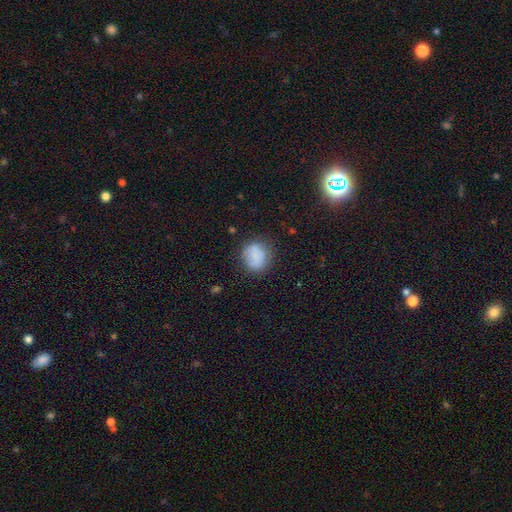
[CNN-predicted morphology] Smooth or featured? smooth (75%)
How rounded? round (72%)
Merging? none (69%)